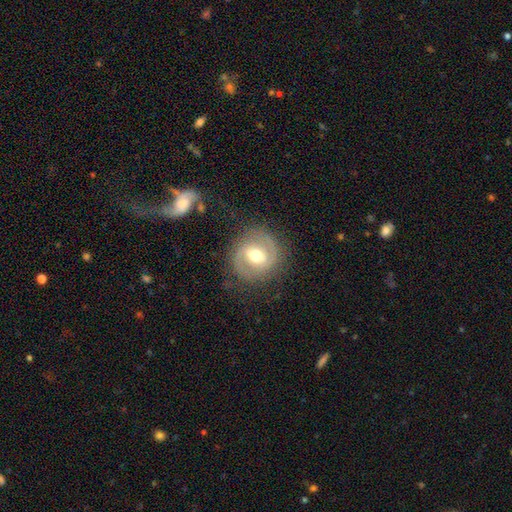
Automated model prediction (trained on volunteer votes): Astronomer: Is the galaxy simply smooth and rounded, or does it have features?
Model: featured or disk — 76%.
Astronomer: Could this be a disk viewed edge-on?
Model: no — 97%.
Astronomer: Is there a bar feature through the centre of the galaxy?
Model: weak — 49% (runner-up: no, 29%).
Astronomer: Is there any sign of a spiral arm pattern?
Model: yes — 87%.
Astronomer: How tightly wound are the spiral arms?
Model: medium — 48% (runner-up: tight, 34%).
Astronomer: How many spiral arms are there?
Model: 2 — 87%.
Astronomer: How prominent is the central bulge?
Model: moderate — 75%.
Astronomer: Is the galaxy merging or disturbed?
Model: none — 81%.